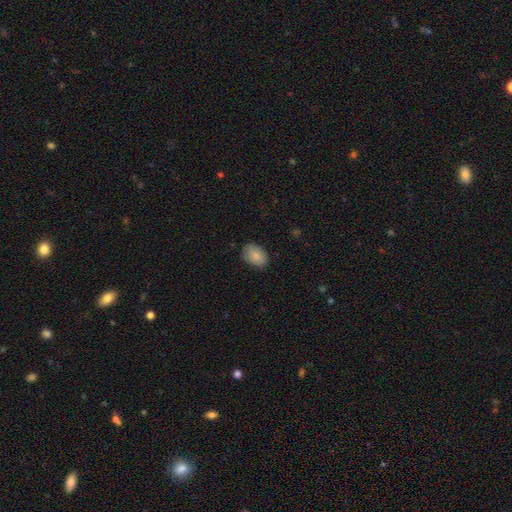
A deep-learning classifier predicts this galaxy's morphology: smooth-or-featured: smooth: 87% | featured or disk: 7% | star or artifact: 7%
  how-rounded: in between: 80% | round: 19% | cigar-shaped: 1%
  merging: none: 82% | minor disturbance: 15% | major disturbance: 3% | merger: 1%